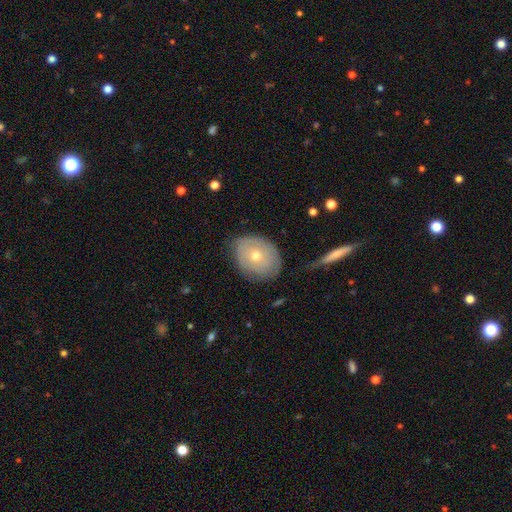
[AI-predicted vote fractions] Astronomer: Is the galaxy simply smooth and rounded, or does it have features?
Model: smooth — 48% (runner-up: featured or disk, 44%).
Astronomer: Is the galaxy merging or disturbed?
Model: none — 72%.